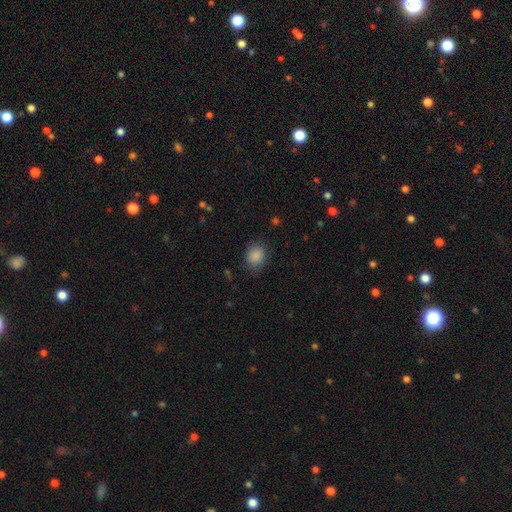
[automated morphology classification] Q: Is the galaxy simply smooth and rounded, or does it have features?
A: smooth — 87%.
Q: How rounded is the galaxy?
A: round — 66%.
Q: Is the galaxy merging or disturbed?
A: none — 80%.